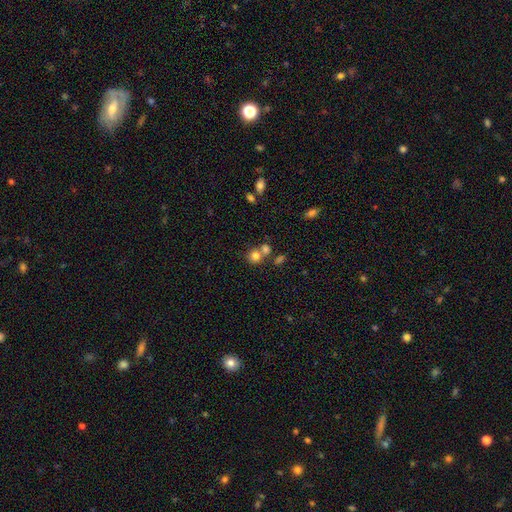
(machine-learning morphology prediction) smooth 78%, star or artifact 13%, featured or disk 10%. Down the decision tree: how rounded — round (83%); merging — none (52%).